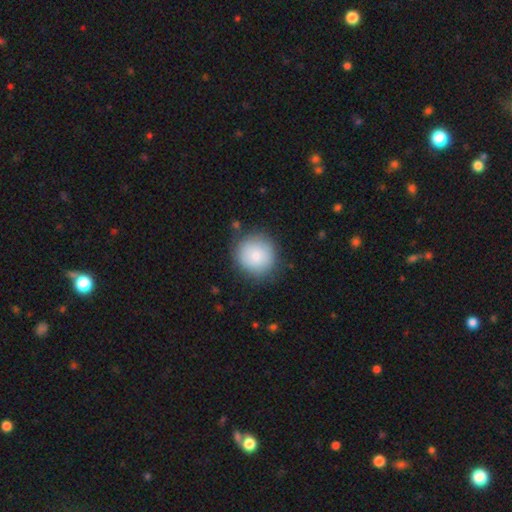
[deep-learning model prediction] The model was most divided on "smooth or featured": smooth: 80%, featured or disk: 12%, star or artifact: 8%. More confident: how rounded — round (93%); merging — none (82%).